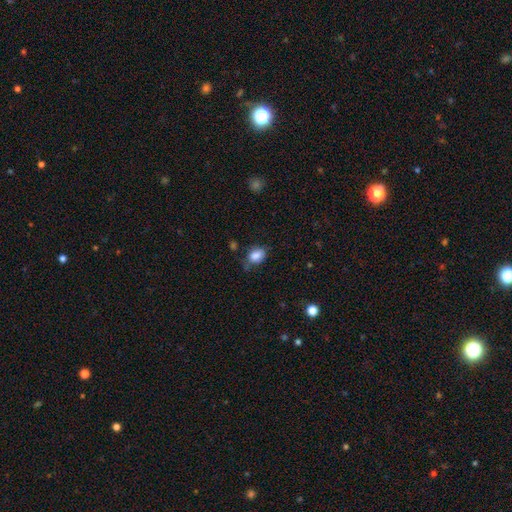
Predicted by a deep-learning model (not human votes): Overall: smooth (83%). How rounded: in between (71%). Merging: none (61%; minor disturbance 28%).